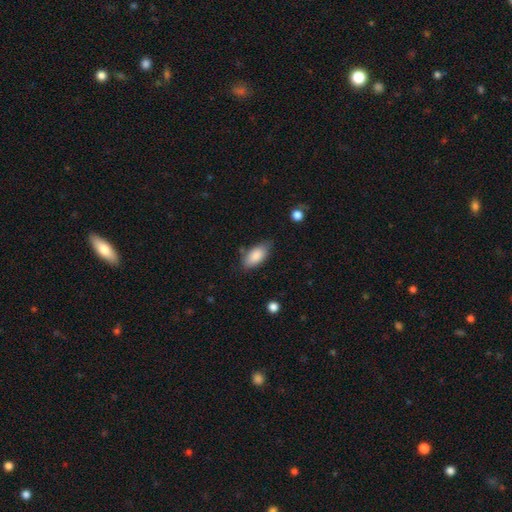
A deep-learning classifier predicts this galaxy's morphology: A smooth galaxy with no disk features (87%) that is in between round and cigar-shaped (91%). Merging: none (73%).